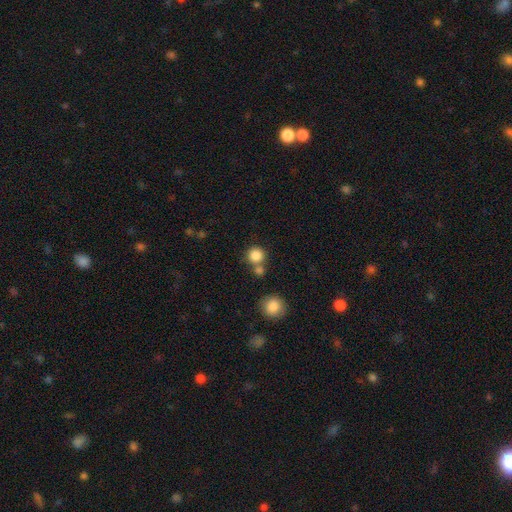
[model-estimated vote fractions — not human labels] A smooth galaxy with no disk features (84%) that is round (92%). Merging: none (63%).